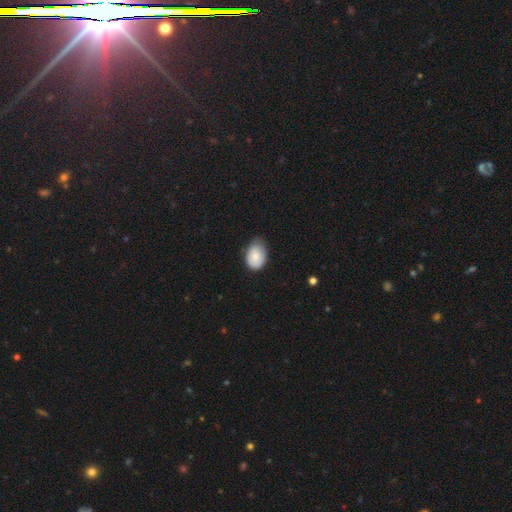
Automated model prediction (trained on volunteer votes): smooth 76%, featured or disk 17%, star or artifact 7%. Down the decision tree: how rounded — in between (80%); merging — none (52%).